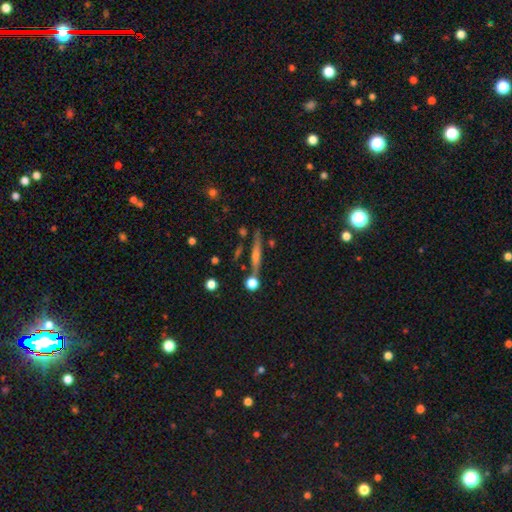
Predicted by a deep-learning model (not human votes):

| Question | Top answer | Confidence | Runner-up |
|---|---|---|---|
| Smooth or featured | featured or disk | 67% | smooth (22%) |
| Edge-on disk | yes | 96% | no (4%) |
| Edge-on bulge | rounded | 73% | none (18%) |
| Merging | none | 84% | minor disturbance (8%) |